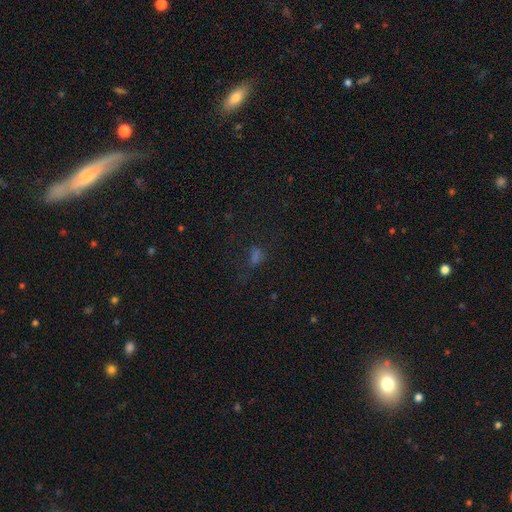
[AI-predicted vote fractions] Smooth or featured: smooth — 49% (star or artifact — 38%)
Merging: none — 53% (major disturbance — 21%)